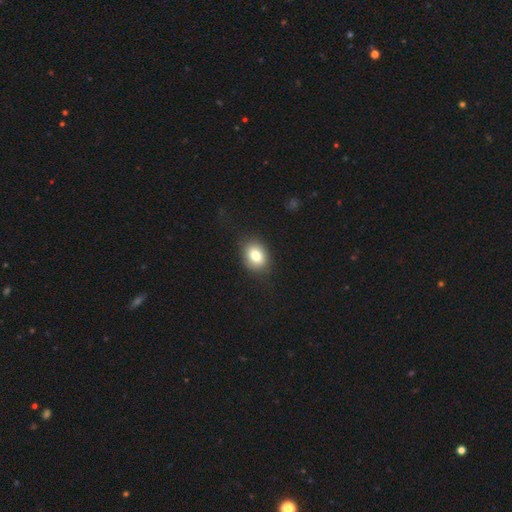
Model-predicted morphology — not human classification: Smooth or featured? smooth (80%)
How rounded? in between (55%)
Merging? none (83%)